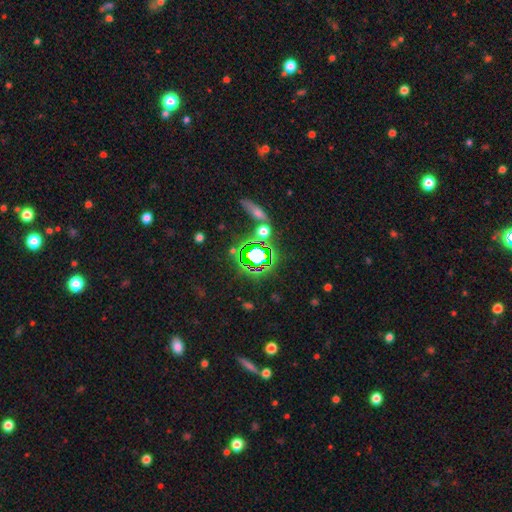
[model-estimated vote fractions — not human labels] This appears to be a star or artifact, not a galaxy (70%).